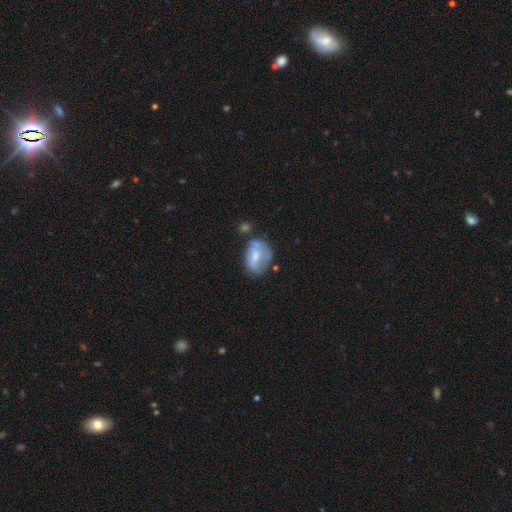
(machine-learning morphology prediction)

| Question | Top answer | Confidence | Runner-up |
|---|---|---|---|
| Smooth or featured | smooth | 52% | featured or disk (40%) |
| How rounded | in between | 71% | round (27%) |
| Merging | none | 40% | minor disturbance (30%) |